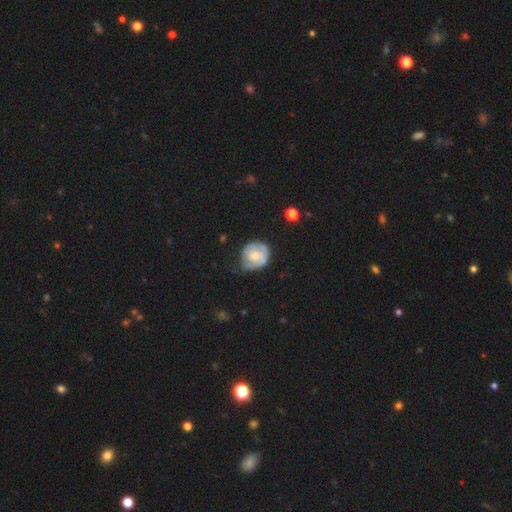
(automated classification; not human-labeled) A featured or disk galaxy (54%) with no bar (69%), spiral arms (72%) and a moderate central bulge (56%). Merging: none (45%).